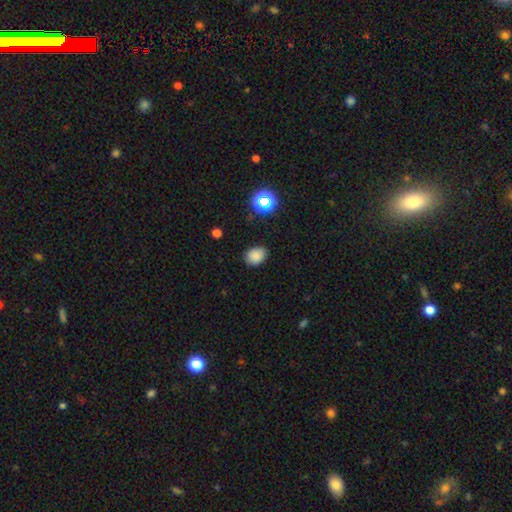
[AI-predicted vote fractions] Smooth or featured: smooth — 83% (star or artifact — 12%)
How rounded: in between — 63% (round — 37%)
Merging: none — 82% (minor disturbance — 14%)